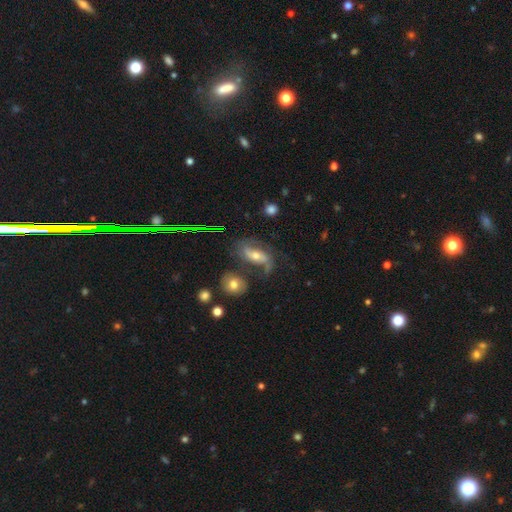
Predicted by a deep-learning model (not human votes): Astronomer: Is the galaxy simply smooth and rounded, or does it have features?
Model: featured or disk — 70%.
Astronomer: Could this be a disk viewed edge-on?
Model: no — 92%.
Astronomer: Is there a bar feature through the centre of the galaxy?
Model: no — 40% (runner-up: weak, 33%).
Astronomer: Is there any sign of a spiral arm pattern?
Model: yes — 88%.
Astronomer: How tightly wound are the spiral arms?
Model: medium — 41% (runner-up: loose, 38%).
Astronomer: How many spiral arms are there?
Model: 2 — 74%.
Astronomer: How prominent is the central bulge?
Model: moderate — 56% (runner-up: small, 37%).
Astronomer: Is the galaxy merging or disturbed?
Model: none — 51%.